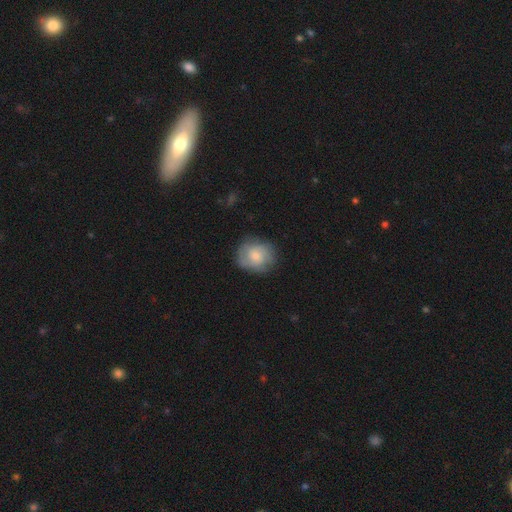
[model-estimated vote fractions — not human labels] Smooth or featured? smooth (54%)
How rounded? round (71%)
Merging? none (73%)